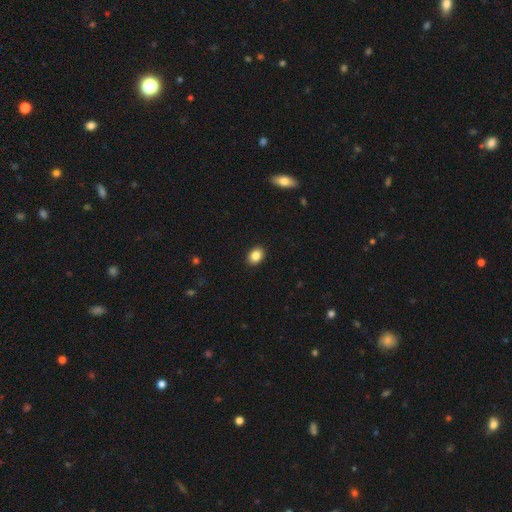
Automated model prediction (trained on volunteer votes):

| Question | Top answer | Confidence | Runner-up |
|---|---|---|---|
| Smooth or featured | smooth | 86% | star or artifact (8%) |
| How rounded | in between | 70% | round (29%) |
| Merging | none | 91% | minor disturbance (7%) |